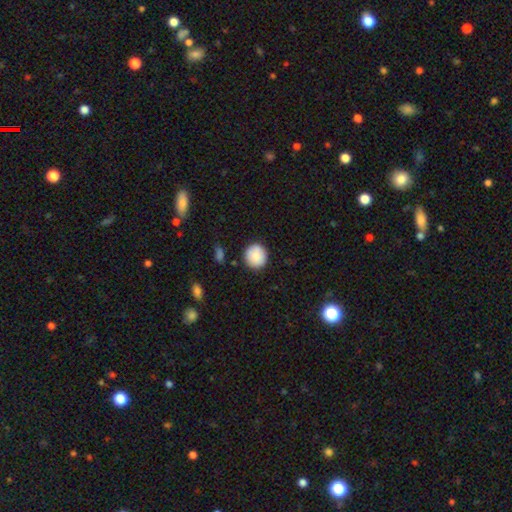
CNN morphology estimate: Smooth or featured?
  - smooth: 84% *
  - featured or disk: 8%
  - star or artifact: 7%
How rounded?
  - round: 92% *
  - in between: 7%
  - cigar-shaped: 1%
Merging?
  - none: 88% *
  - minor disturbance: 9%
  - major disturbance: 2%
  - merger: 2%